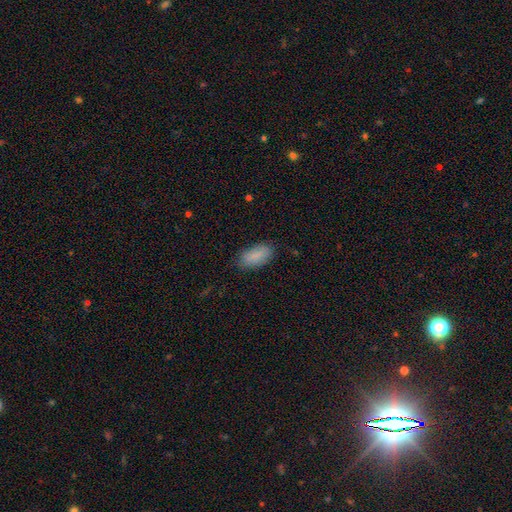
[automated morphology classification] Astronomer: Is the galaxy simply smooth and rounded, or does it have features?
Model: smooth — 87%.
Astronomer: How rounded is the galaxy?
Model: in between — 89%.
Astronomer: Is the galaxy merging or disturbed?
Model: none — 81%.